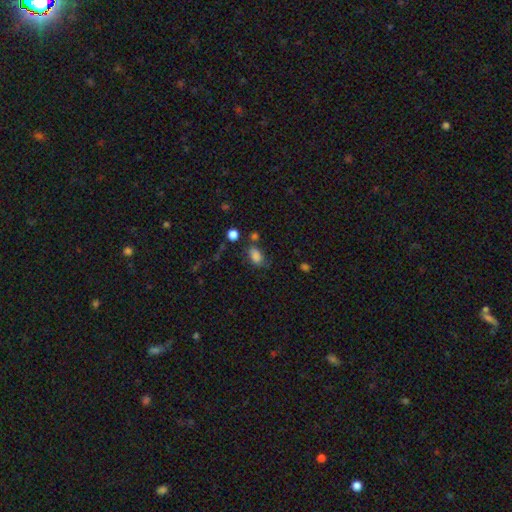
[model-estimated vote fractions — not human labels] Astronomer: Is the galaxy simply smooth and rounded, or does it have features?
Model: smooth — 82%.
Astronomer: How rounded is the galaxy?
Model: in between — 86%.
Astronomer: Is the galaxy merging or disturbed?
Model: none — 53%.